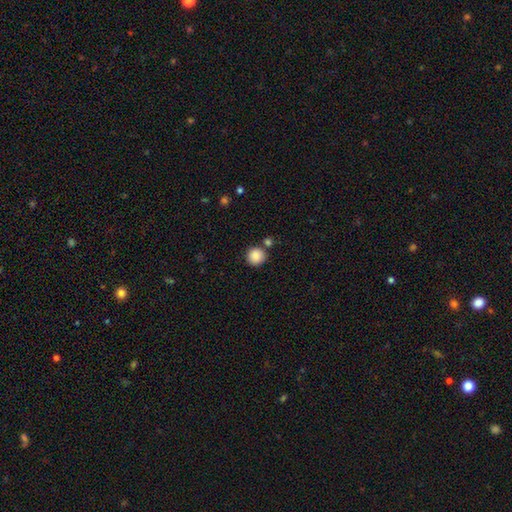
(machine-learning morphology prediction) Q: Smooth or featured?
A: smooth (87%); runner-up: star or artifact (9%)
Q: How rounded?
A: round (94%); runner-up: in between (5%)
Q: Merging?
A: none (79%); runner-up: merger (11%)